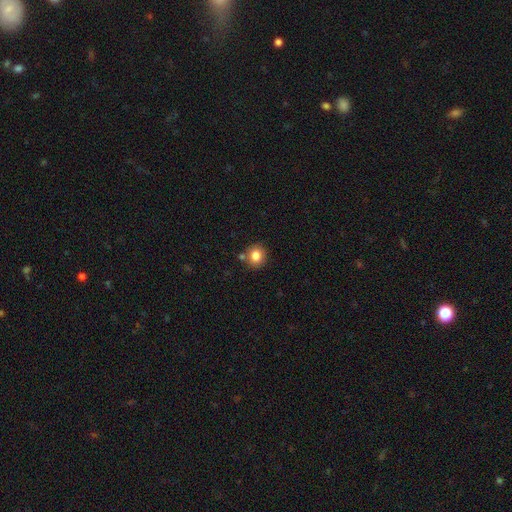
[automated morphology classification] smooth-or-featured: smooth: 82% | star or artifact: 10% | featured or disk: 7%
  how-rounded: round: 83% | in between: 16% | cigar-shaped: 1%
  merging: none: 77% | minor disturbance: 10% | merger: 10% | major disturbance: 3%